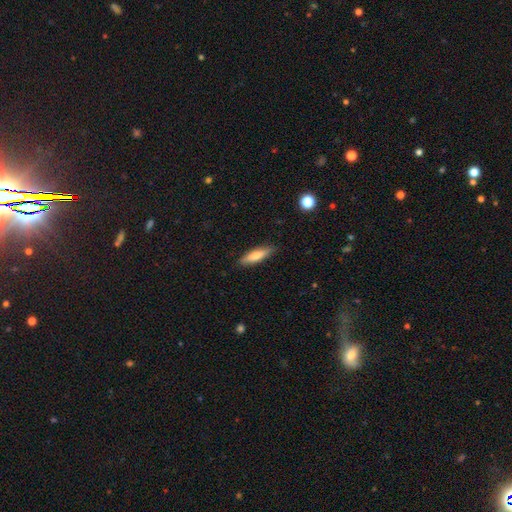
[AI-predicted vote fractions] Smooth or featured?
  - smooth: 70% *
  - featured or disk: 23%
  - star or artifact: 6%
How rounded?
  - cigar-shaped: 63% *
  - in between: 35%
  - round: 2%
Merging?
  - none: 87% *
  - minor disturbance: 10%
  - major disturbance: 2%
  - merger: 1%